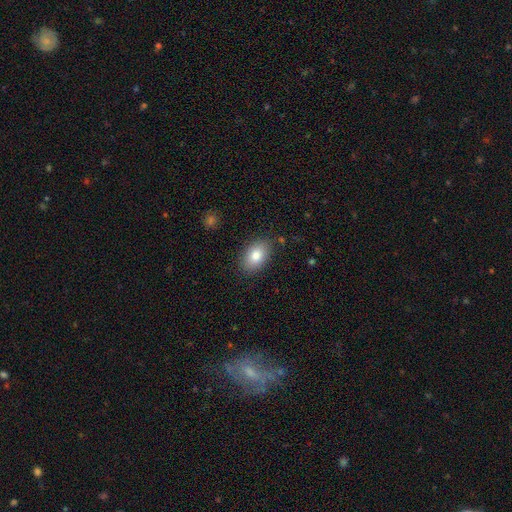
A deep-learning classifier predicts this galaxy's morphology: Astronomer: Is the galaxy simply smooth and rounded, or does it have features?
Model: smooth — 82%.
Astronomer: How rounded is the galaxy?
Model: in between — 89%.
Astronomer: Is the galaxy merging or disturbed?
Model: none — 85%.